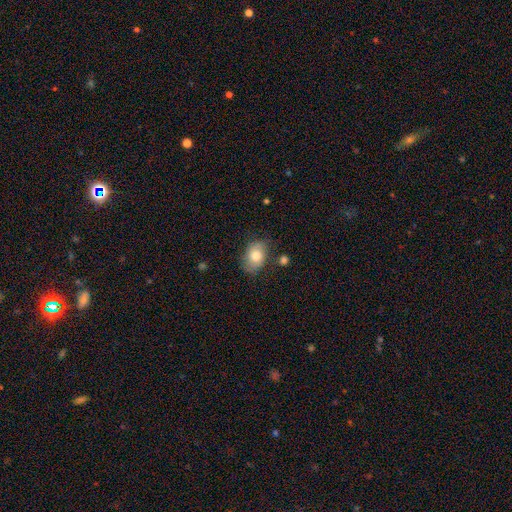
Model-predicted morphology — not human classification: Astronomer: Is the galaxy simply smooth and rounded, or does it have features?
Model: smooth — 74%.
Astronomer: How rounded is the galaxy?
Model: in between — 77%.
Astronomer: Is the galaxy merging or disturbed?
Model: none — 70%.